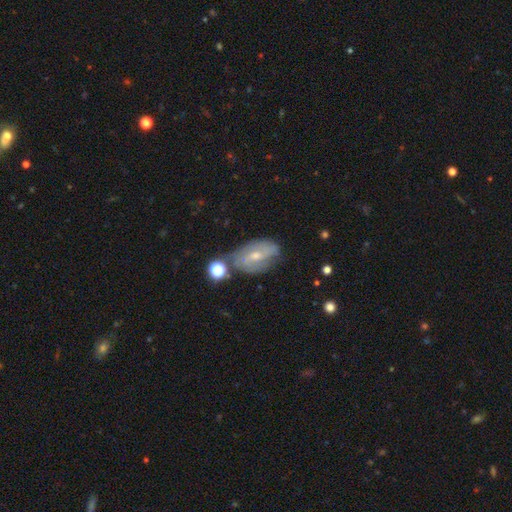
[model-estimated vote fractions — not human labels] Smooth or featured?
  - featured or disk: 67% *
  - smooth: 24%
  - star or artifact: 9%
Edge-on disk?
  - no: 94% *
  - yes: 6%
Bar?
  - weak: 50% *
  - no: 32%
  - strong: 18%
Spiral arms?
  - yes: 82% *
  - no: 18%
Spiral winding?
  - medium: 41% *
  - tight: 37%
  - loose: 22%
Spiral arm count?
  - 2: 60% *
  - can't tell: 27%
  - 3: 5%
  - 1: 4%
  - 4: 2%
  - more than 4: 2%
Bulge size?
  - small: 48% *
  - moderate: 47%
  - none: 2%
  - large: 2%
  - dominant: 1%
Merging?
  - none: 56% *
  - minor disturbance: 24%
  - merger: 10%
  - major disturbance: 9%